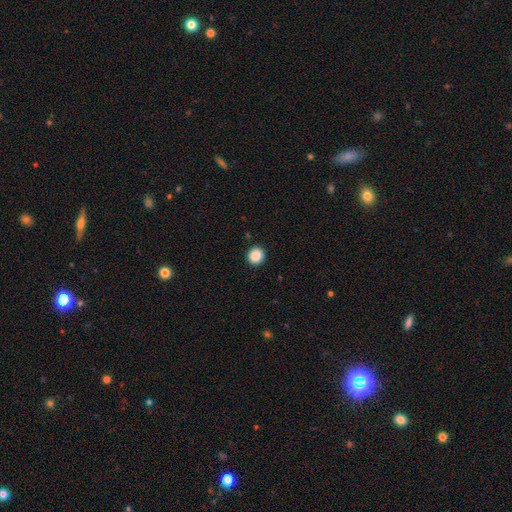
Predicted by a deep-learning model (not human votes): Overall: smooth (88%). How rounded: round (92%). Merging: none (93%).